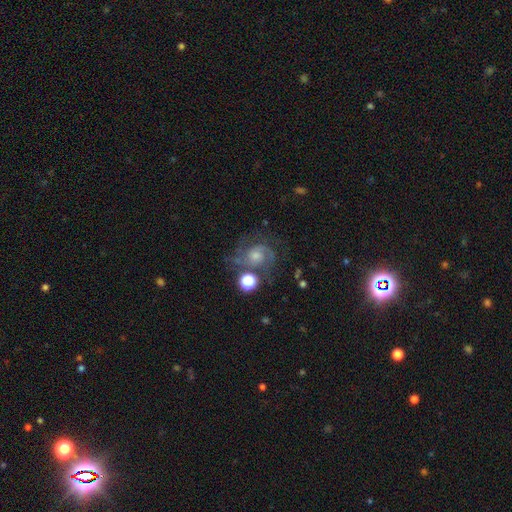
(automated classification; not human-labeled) Morphology: type=featured or disk (73%); edge-on=no (98%); bar=no (67%); spiral arms=yes (95%); winding=medium (48%); arm count=2 (56%); bulge=moderate (48%); merging=none (67%).